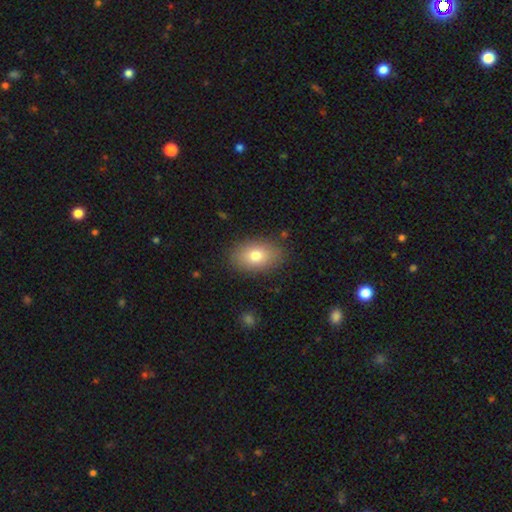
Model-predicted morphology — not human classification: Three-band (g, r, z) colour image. It shows a smooth galaxy with no disk features (78%) that is in between round and cigar-shaped (86%). Merging: none (86%).